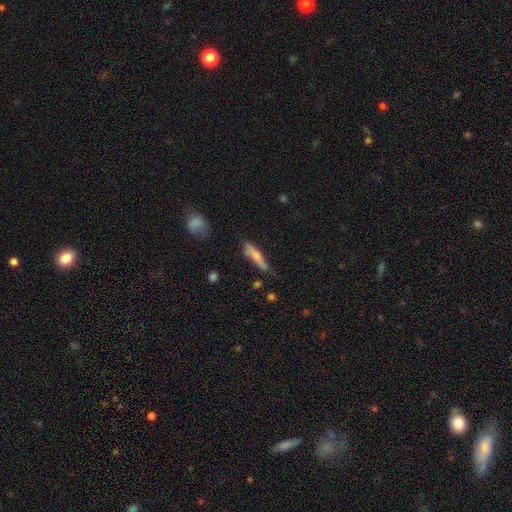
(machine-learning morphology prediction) The model was most divided on "merging": none: 58%, minor disturbance: 29%, major disturbance: 8%, merger: 5%. More confident: how rounded — cigar-shaped (80%); smooth or featured — smooth (71%).